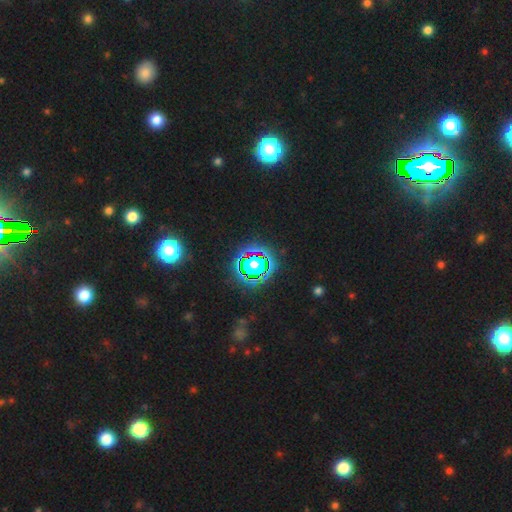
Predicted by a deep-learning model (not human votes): Smooth or featured? Predicted: star or artifact (p=0.76).